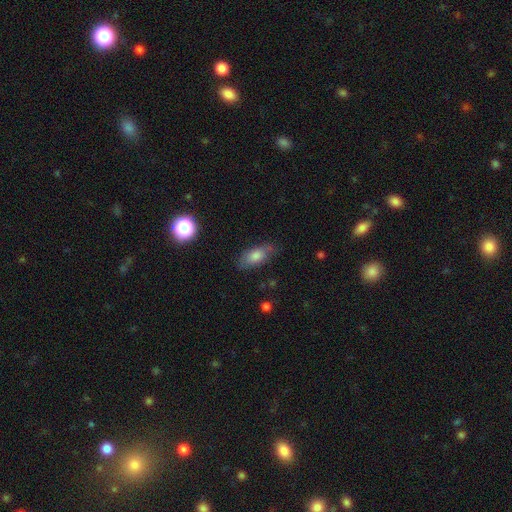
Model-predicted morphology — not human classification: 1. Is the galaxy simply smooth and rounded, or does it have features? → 75% smooth, 16% featured or disk, 9% star or artifact.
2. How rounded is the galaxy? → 82% in between, 13% cigar-shaped, 5% round.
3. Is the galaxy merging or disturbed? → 72% none, 21% minor disturbance, 5% major disturbance, 2% merger.